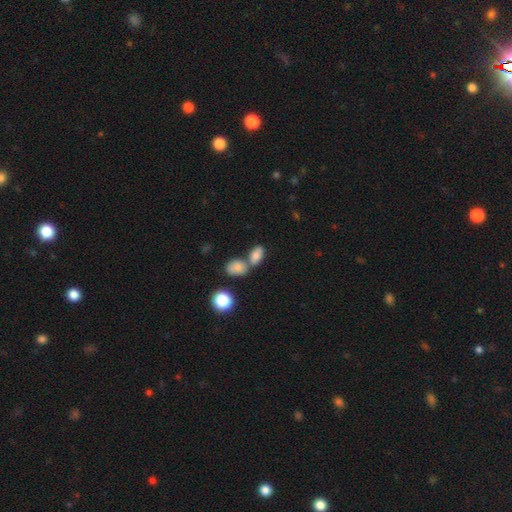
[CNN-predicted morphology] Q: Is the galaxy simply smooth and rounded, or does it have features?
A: smooth — 75%.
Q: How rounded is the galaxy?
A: in between — 87%.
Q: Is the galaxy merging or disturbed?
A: merger — 43%.